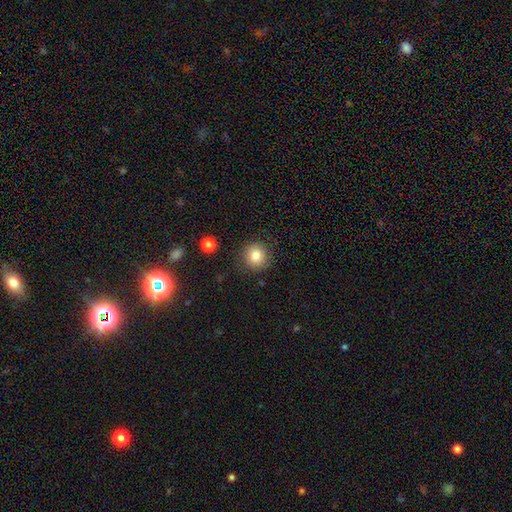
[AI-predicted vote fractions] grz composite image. It shows a smooth galaxy with no disk features (83%) that is round (91%). Merging: none (86%).